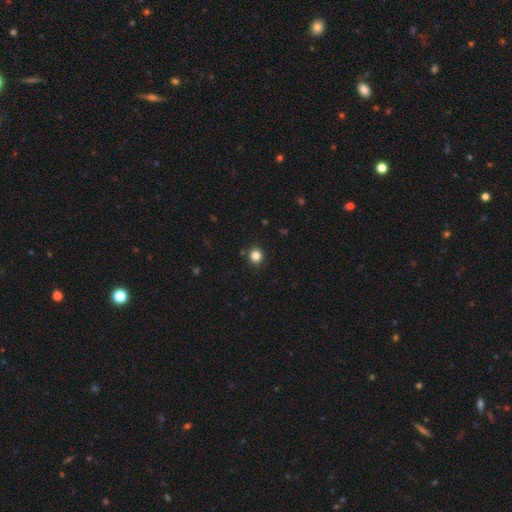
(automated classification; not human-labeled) Q: Smooth or featured?
A: smooth (83%); runner-up: star or artifact (13%)
Q: How rounded?
A: round (89%); runner-up: in between (10%)
Q: Merging?
A: none (89%); runner-up: minor disturbance (7%)